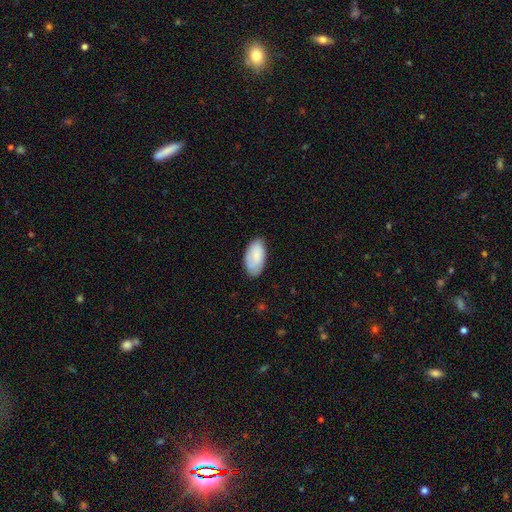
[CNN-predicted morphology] Smooth or featured? Predicted: smooth (p=0.82). How rounded? Predicted: in between (p=0.95). Merging? Predicted: none (p=0.74).